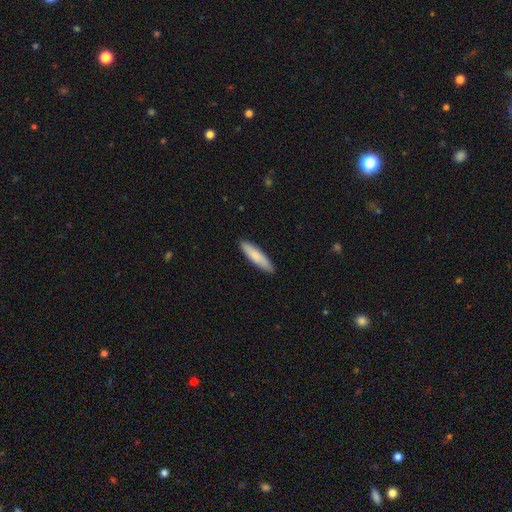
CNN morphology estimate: Smooth or featured?
  - smooth: 82% *
  - featured or disk: 13%
  - star or artifact: 5%
How rounded?
  - cigar-shaped: 76% *
  - in between: 22%
  - round: 1%
Merging?
  - none: 89% *
  - minor disturbance: 8%
  - major disturbance: 1%
  - merger: 1%